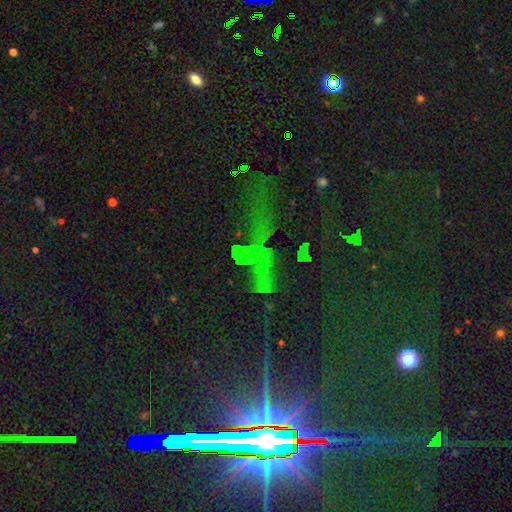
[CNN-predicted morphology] A star or artifact, not a galaxy (76%).